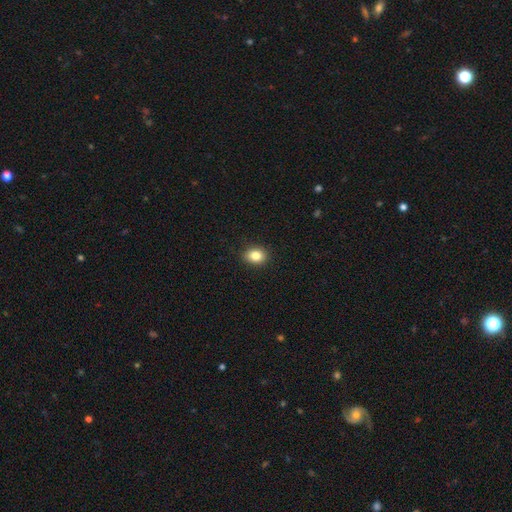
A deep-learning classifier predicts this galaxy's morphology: smooth-or-featured: smooth: 84% | star or artifact: 10% | featured or disk: 6%
  how-rounded: in between: 55% | round: 44% | cigar-shaped: 1%
  merging: none: 90% | minor disturbance: 8% | major disturbance: 2% | merger: 1%